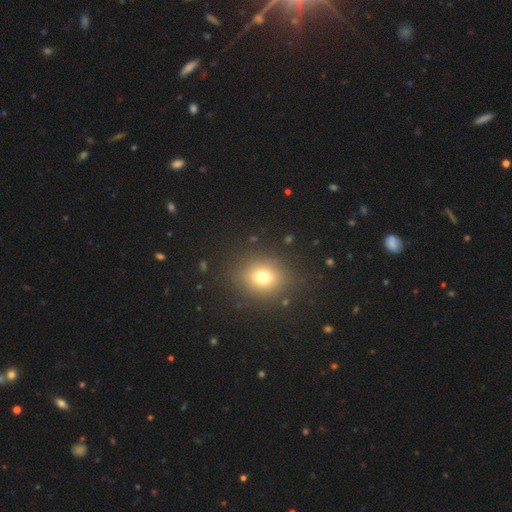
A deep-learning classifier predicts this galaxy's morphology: The model was most divided on "smooth or featured": smooth: 61%, star or artifact: 31%, featured or disk: 9%. More confident: merging — none (91%); how rounded — round (70%).